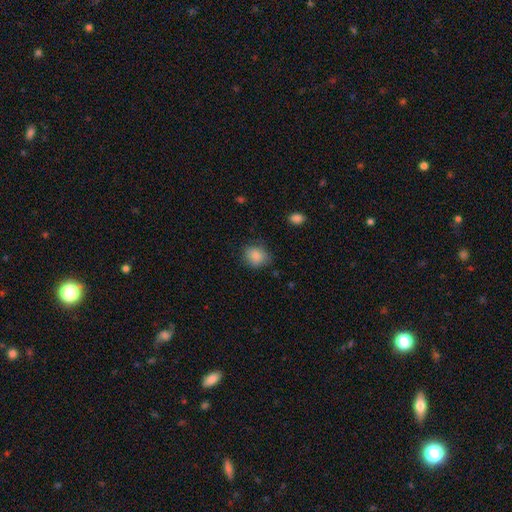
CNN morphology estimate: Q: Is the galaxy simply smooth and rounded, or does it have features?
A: smooth — 86%.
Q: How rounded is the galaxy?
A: round — 60%.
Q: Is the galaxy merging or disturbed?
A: none — 72%.